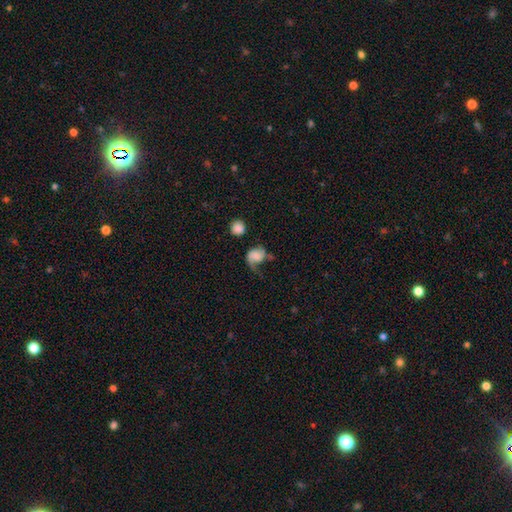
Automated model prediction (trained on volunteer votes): featured or disk 50%, smooth 41%, star or artifact 9%. Down the decision tree: edge-on disk — no (97%); merging — major disturbance (38%).